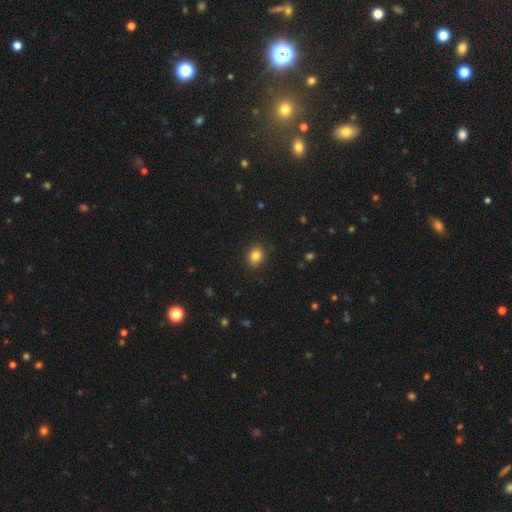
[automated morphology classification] Smooth or featured? Predicted: smooth (p=0.84). How rounded? Predicted: round (p=0.54). Merging? Predicted: none (p=0.87).